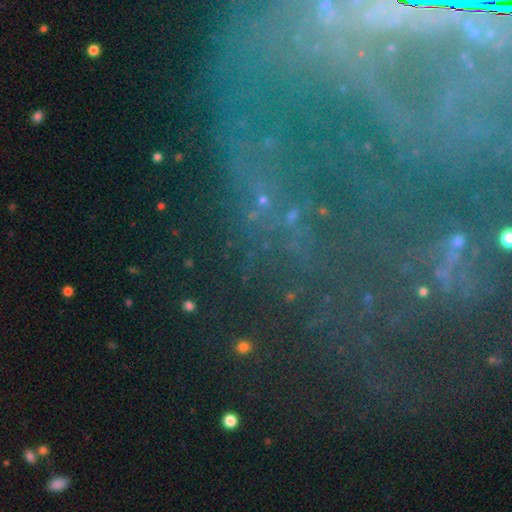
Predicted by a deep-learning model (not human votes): Smooth or featured? star or artifact (62%)